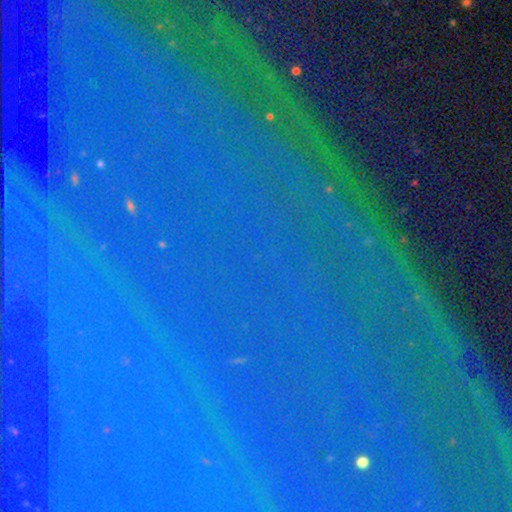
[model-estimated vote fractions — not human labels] The model was most divided on "smooth or featured": star or artifact: 83%, smooth: 9%, featured or disk: 8%.